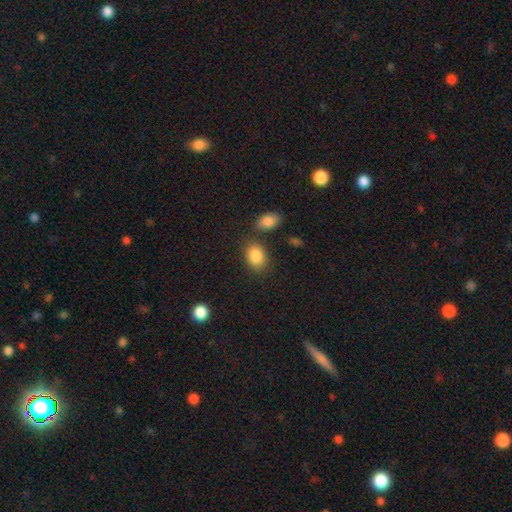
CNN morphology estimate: A smooth galaxy with no disk features (87%) that is in between round and cigar-shaped (76%).

Vote fractions:
- Smooth or featured? smooth: 87% / star or artifact: 8% / featured or disk: 6%
- How rounded? in between: 76% / round: 23% / cigar-shaped: 1%
- Merging? none: 73% / minor disturbance: 13% / merger: 10% / major disturbance: 4%